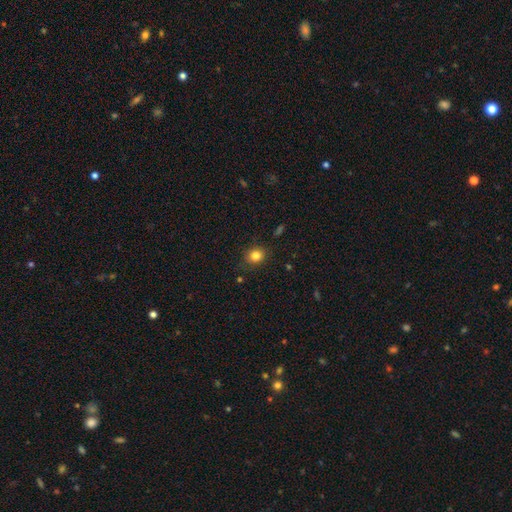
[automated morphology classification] The model was most divided on "how rounded": round: 64%, in between: 35%, cigar-shaped: 1%. More confident: merging — none (84%); smooth or featured — smooth (83%).